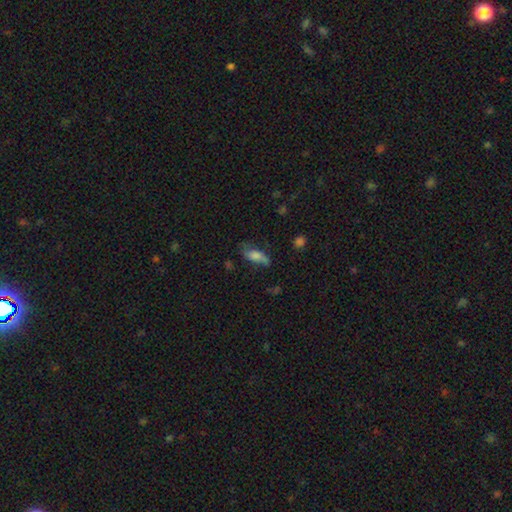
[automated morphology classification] Smooth or featured? Predicted: smooth (p=0.67). How rounded? Predicted: in between (p=0.73). Merging? Predicted: none (p=0.46).